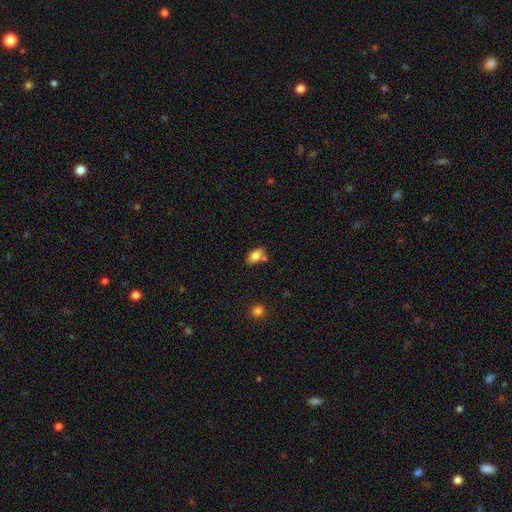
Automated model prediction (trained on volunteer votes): This appears to be a smooth galaxy with no disk features (82%) that is in between round and cigar-shaped (89%). Merging: none (66%).